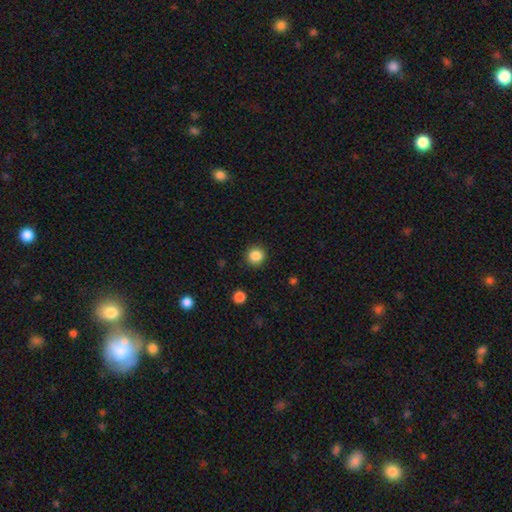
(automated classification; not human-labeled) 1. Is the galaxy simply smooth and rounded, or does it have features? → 86% smooth, 11% star or artifact, 4% featured or disk.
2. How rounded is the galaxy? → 93% round, 6% in between, 1% cigar-shaped.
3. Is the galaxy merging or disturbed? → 90% none, 6% minor disturbance, 2% major disturbance, 1% merger.